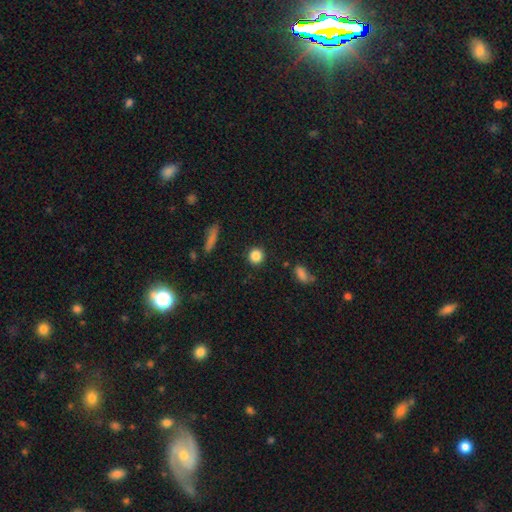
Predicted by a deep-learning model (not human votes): smooth-or-featured: smooth: 85% | star or artifact: 10% | featured or disk: 5%
  how-rounded: round: 91% | in between: 7% | cigar-shaped: 2%
  merging: none: 90% | minor disturbance: 6% | major disturbance: 2% | merger: 2%